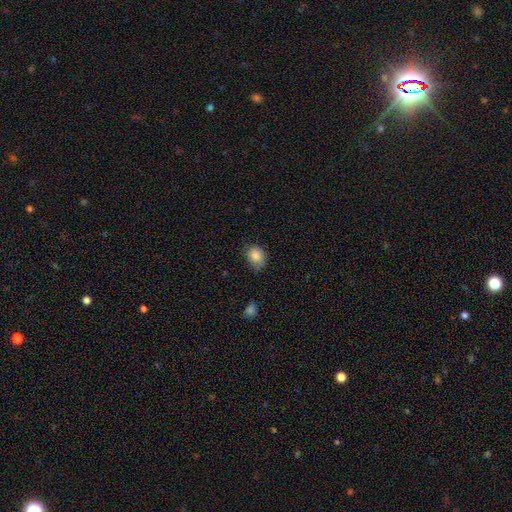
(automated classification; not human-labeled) smooth_or_featured: smooth (p=0.84) [alt: star or artifact p=0.09]
how_rounded: in between (p=0.51) [alt: round p=0.48]
merging: none (p=0.64) [alt: minor disturbance p=0.29]